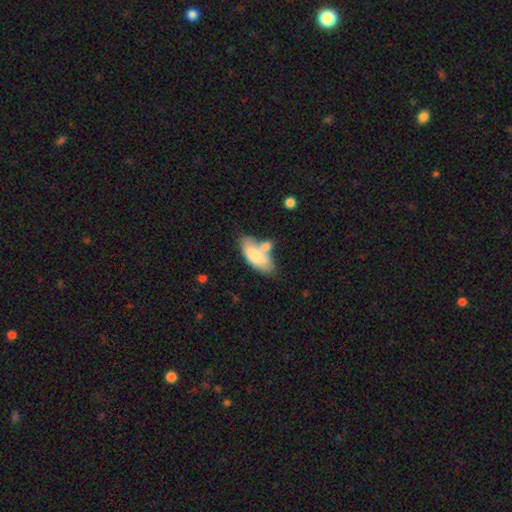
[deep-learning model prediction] The model was most divided on "merging": none: 43%, merger: 34%, minor disturbance: 17%, major disturbance: 6%. More confident: how rounded — in between (82%); smooth or featured — smooth (75%).